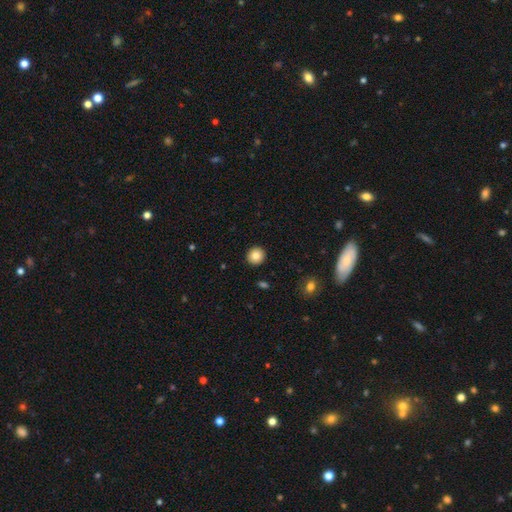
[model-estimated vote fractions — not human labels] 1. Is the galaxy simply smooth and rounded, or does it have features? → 85% smooth, 9% star or artifact, 6% featured or disk.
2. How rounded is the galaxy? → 93% round, 6% in between, 1% cigar-shaped.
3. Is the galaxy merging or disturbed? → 93% none, 5% minor disturbance, 2% major disturbance, 1% merger.